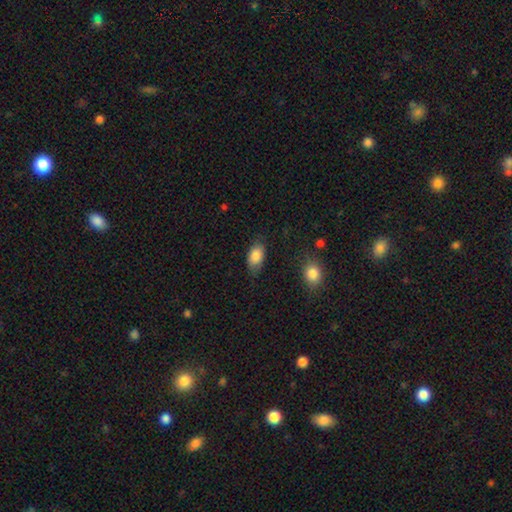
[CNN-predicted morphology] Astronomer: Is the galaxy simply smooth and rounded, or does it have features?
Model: smooth — 85%.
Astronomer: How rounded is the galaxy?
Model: in between — 91%.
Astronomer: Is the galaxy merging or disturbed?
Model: none — 75%.